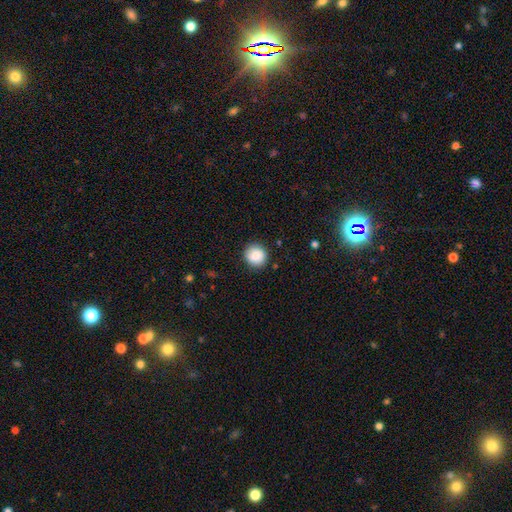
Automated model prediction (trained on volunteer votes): A smooth galaxy with no disk features (87%) that is round (93%).

Vote fractions:
- Smooth or featured? smooth: 87% / star or artifact: 8% / featured or disk: 5%
- How rounded? round: 93% / in between: 6% / cigar-shaped: 1%
- Merging? none: 89% / minor disturbance: 8% / major disturbance: 2% / merger: 1%